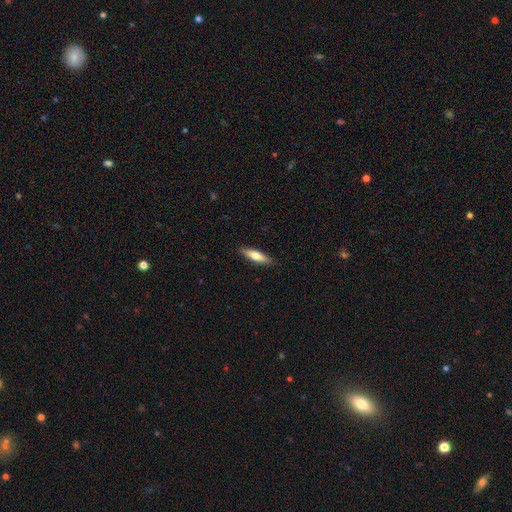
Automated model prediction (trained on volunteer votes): Overall: smooth (68%). How rounded: cigar-shaped (68%; in between 31%). Merging: none (88%).